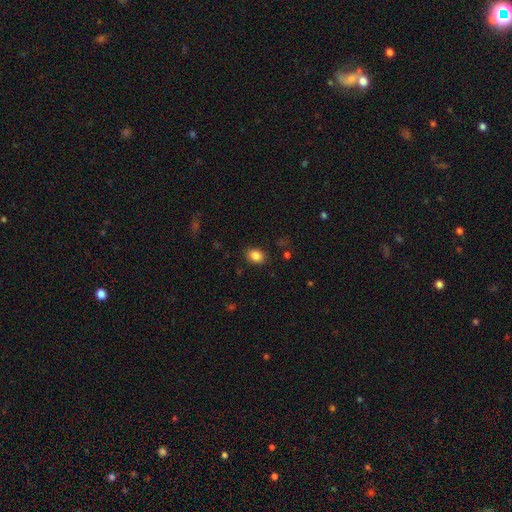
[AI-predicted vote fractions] The model was most divided on "how rounded": in between: 65%, round: 34%, cigar-shaped: 1%. More confident: merging — none (86%); smooth or featured — smooth (85%).